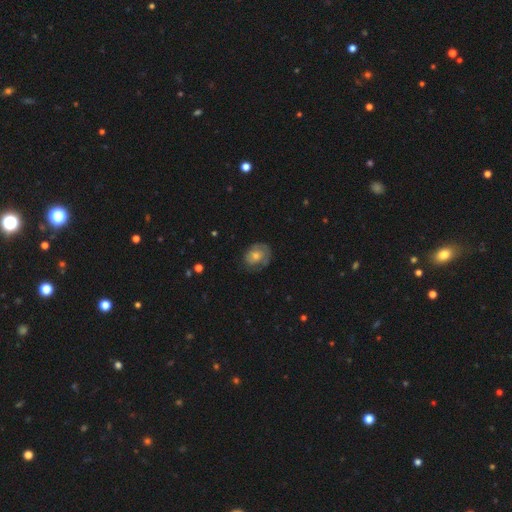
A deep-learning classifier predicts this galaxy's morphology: type=featured or disk (50%); merging=none (68%).